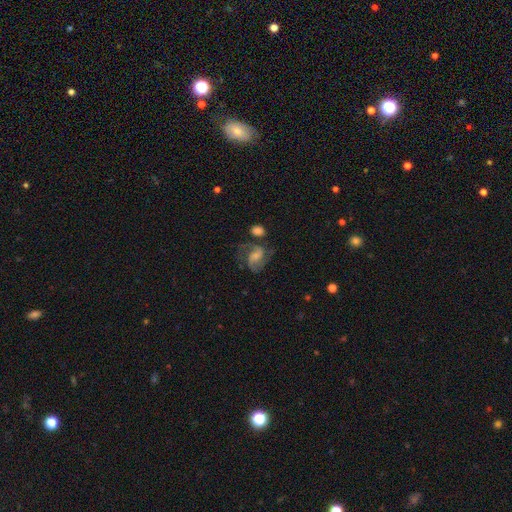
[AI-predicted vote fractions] A featured or disk galaxy (73%) with no bar (45%), 2 (78%) medium (49%) spiral arms (92%) and a small central bulge (44%). Merging: none (48%).